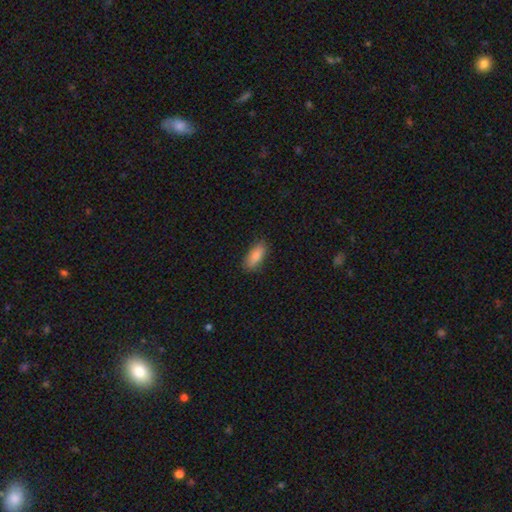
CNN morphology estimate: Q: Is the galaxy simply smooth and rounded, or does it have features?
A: smooth — 87%.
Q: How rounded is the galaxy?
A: in between — 80%.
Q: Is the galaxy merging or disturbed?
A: none — 84%.